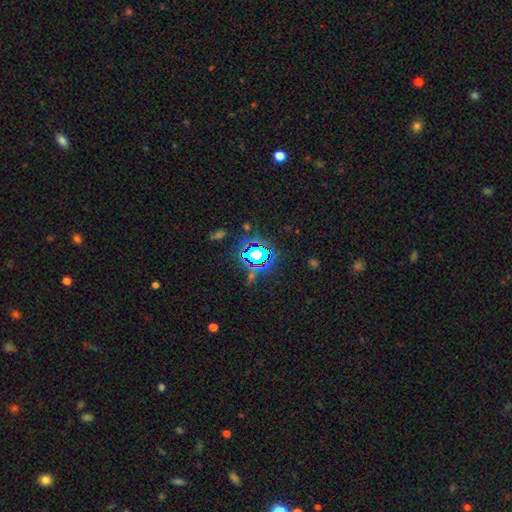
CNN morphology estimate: A star or artifact, not a galaxy (69%).